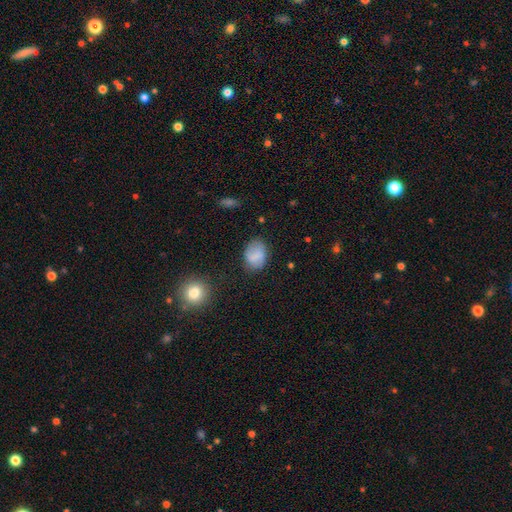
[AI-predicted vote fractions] smooth-or-featured: smooth: 78% | featured or disk: 13% | star or artifact: 9%
  how-rounded: in between: 66% | round: 32% | cigar-shaped: 1%
  merging: none: 72% | minor disturbance: 20% | major disturbance: 6% | merger: 2%